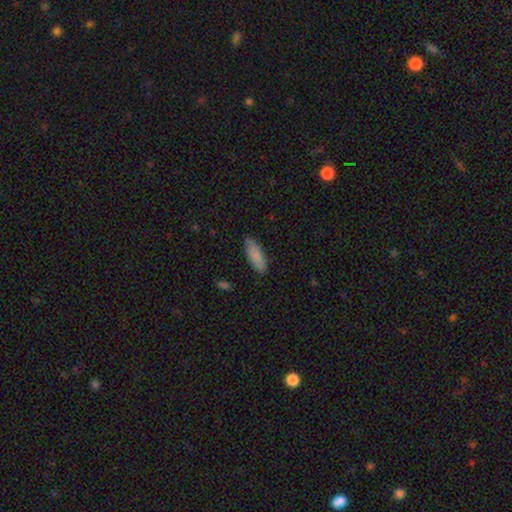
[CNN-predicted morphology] This is clearly a smooth galaxy (87%). How rounded: likely in between (64%). Merging: clearly none (85%).